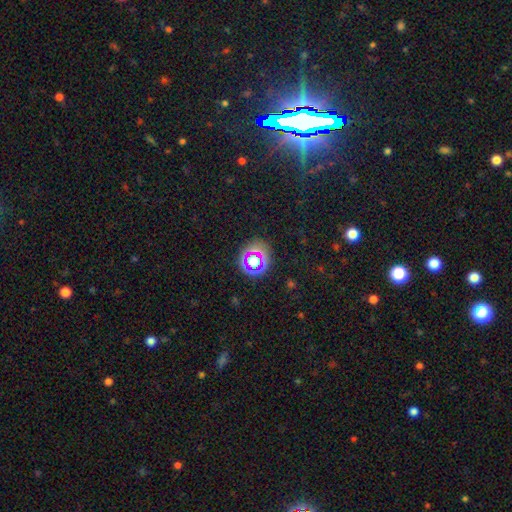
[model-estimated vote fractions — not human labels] Overall: star or artifact (57%; smooth 32%).